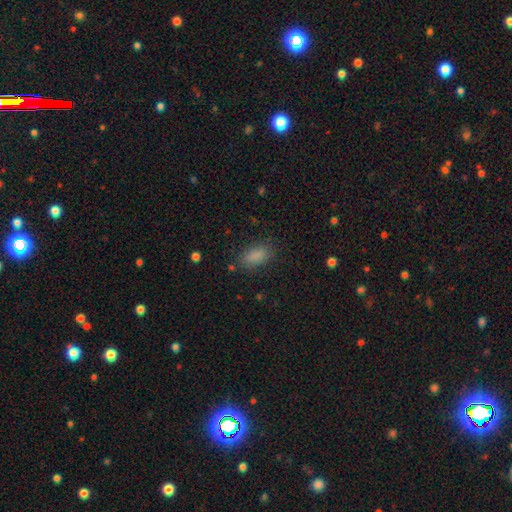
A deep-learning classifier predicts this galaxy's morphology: This appears to be a smooth galaxy with no disk features (86%) that is in between round and cigar-shaped (89%). Merging: none (83%).